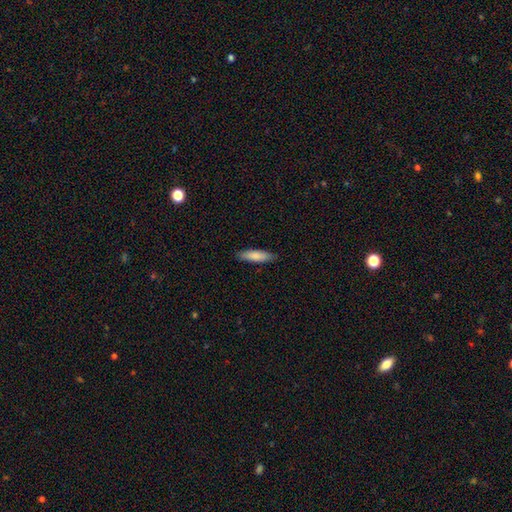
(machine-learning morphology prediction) A smooth galaxy with no disk features (82%) that is cigar-shaped (65%). Merging: none (88%).